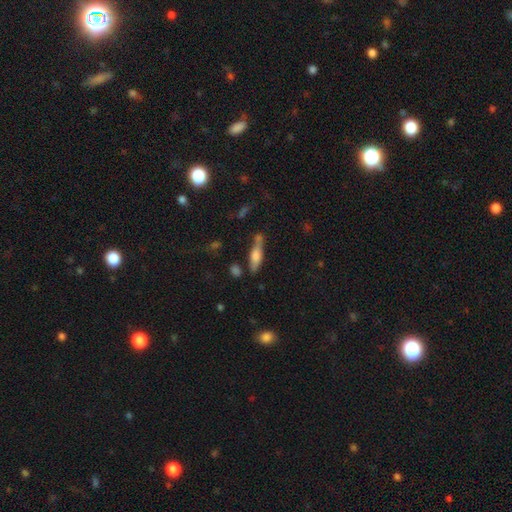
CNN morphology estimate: Smooth or featured: smooth — 47% (featured or disk — 45%)
Merging: none — 69% (minor disturbance — 18%)